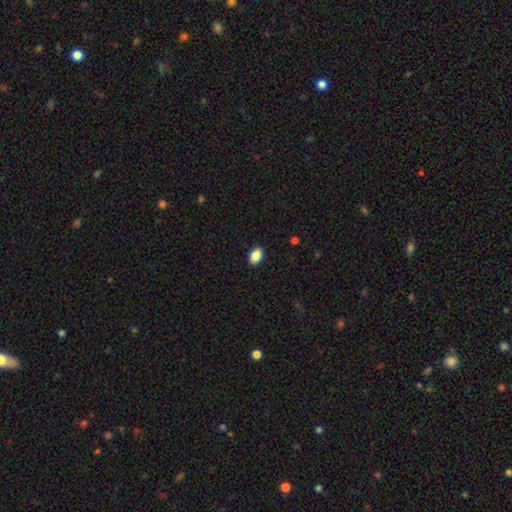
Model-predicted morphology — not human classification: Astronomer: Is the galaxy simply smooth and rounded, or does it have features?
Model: smooth — 87%.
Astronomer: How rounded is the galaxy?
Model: in between — 87%.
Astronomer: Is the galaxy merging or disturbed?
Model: none — 90%.